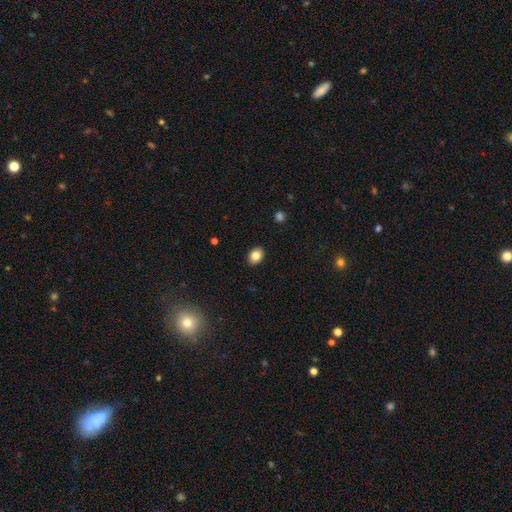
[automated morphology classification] Smooth or featured? smooth (83%)
How rounded? in between (67%)
Merging? none (89%)